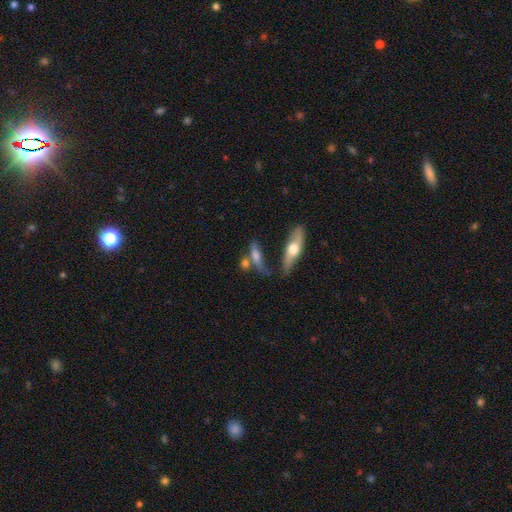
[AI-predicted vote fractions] Smooth or featured? smooth (55%)
How rounded? cigar-shaped (55%)
Merging? none (49%)